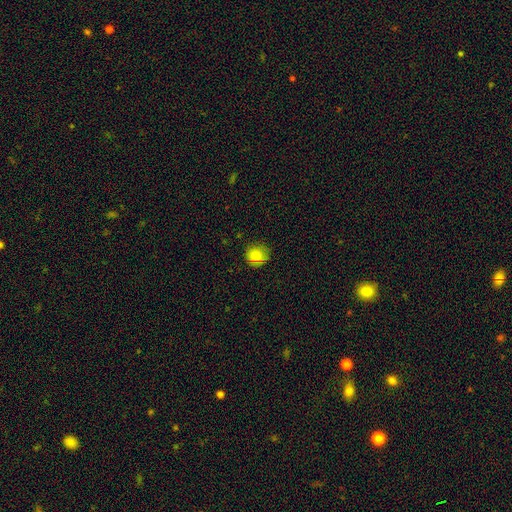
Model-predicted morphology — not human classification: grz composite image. It shows a smooth galaxy with no disk features (81%) that is round (88%). Merging: none (77%).